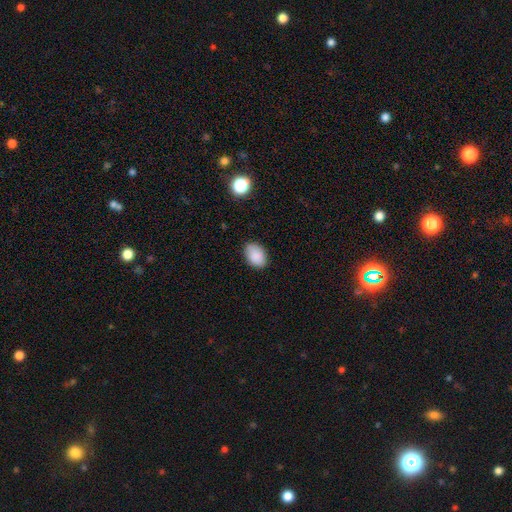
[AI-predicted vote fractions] smooth 88%, star or artifact 8%, featured or disk 4%. Down the decision tree: how rounded — in between (84%); merging — none (84%).